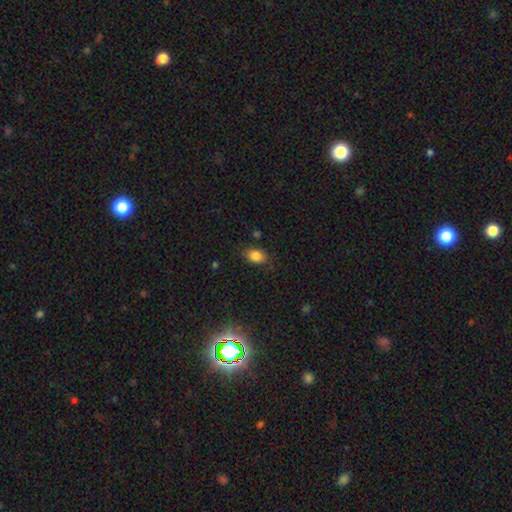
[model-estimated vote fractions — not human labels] smooth 84%, star or artifact 10%, featured or disk 7%. Down the decision tree: how rounded — in between (78%); merging — none (78%).